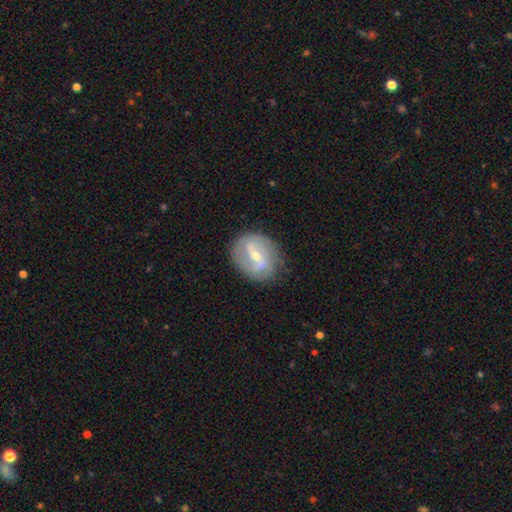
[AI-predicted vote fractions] Smooth or featured? featured or disk (79%)
Edge-on disk? no (96%)
Bar? strong (42%)
Spiral arms? yes (84%)
Spiral winding? medium (41%)
Spiral arm count? 2 (81%)
Bulge size? small (56%)
Merging? none (79%)